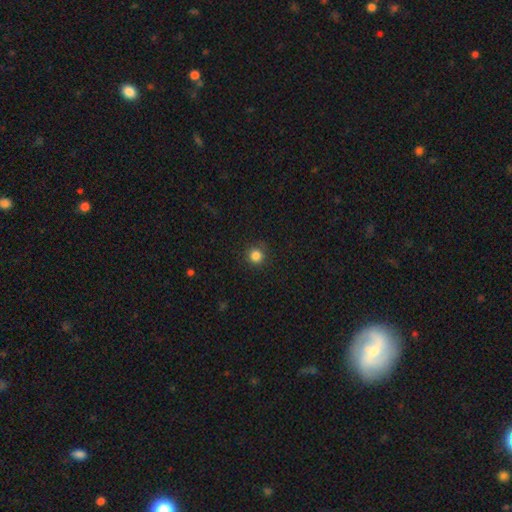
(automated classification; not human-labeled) Smooth or featured: smooth — 84% (star or artifact — 12%)
How rounded: round — 95% (in between — 4%)
Merging: none — 90% (minor disturbance — 7%)